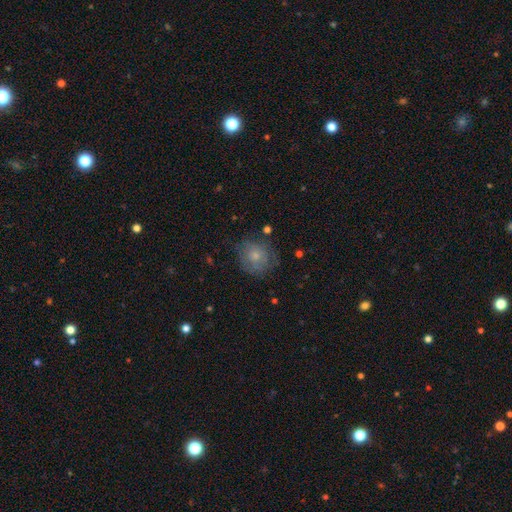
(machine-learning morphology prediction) smooth-or-featured: smooth: 67% | featured or disk: 24% | star or artifact: 9%
  how-rounded: round: 84% | in between: 15% | cigar-shaped: 1%
  merging: none: 66% | minor disturbance: 22% | major disturbance: 10% | merger: 2%